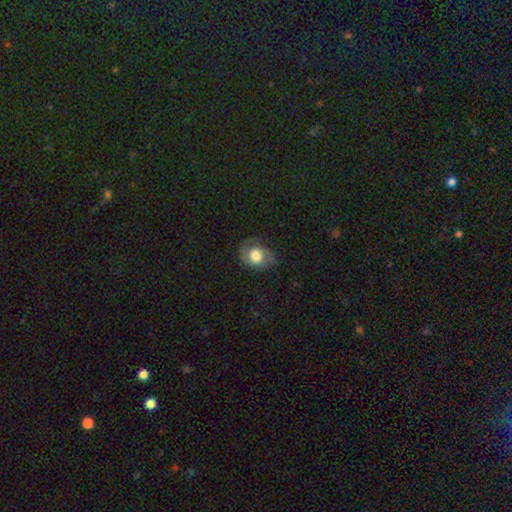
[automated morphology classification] Overall: smooth (55%; featured or disk 37%). How rounded: in between (50%; round 49%). Merging: none (63%; minor disturbance 24%).